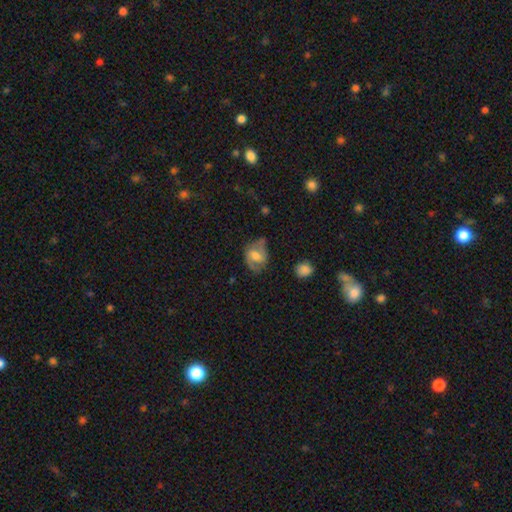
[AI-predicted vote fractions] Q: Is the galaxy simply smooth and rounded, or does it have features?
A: featured or disk — 52%.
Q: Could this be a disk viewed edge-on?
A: no — 96%.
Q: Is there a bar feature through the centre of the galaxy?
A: weak — 47%.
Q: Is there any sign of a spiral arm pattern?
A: yes — 80%.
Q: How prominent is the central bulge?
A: moderate — 62%.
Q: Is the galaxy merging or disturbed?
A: none — 60%.